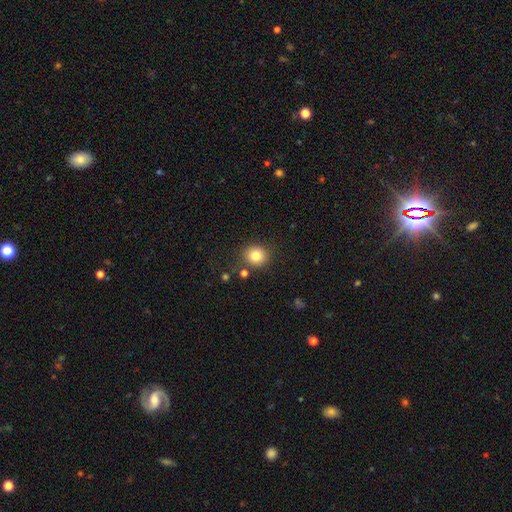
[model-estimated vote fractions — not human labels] Overall: smooth (82%). How rounded: round (83%). Merging: none (83%).